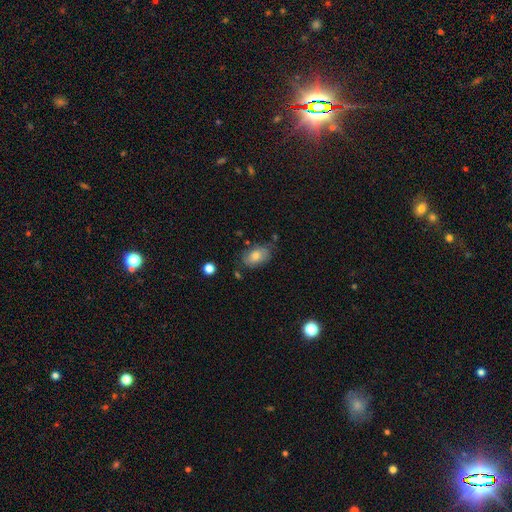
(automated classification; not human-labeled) Smooth or featured: smooth — 70% (featured or disk — 21%)
How rounded: in between — 89% (round — 10%)
Merging: none — 70% (minor disturbance — 21%)